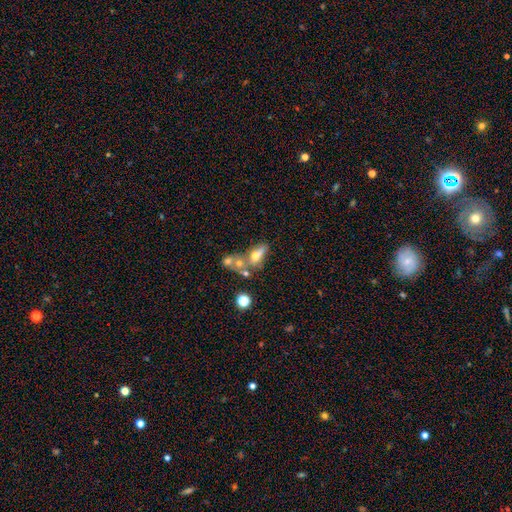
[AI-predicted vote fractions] This is possibly a smooth galaxy (55%). How rounded: likely in between (64%). Merging: possibly merger (57%).